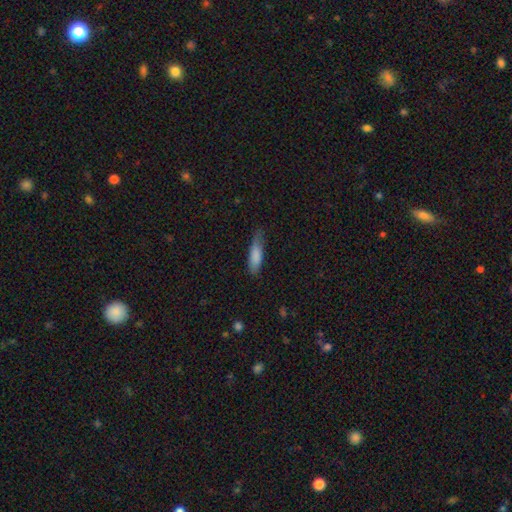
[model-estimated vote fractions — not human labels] Smooth or featured? smooth (83%)
How rounded? cigar-shaped (56%)
Merging? none (65%)